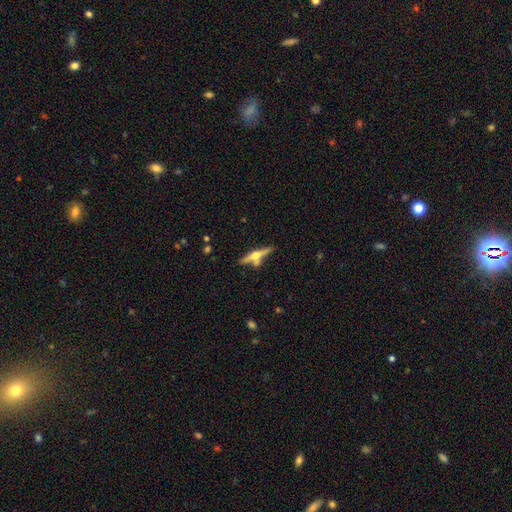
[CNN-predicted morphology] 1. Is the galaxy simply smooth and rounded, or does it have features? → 72% featured or disk, 21% smooth, 7% star or artifact.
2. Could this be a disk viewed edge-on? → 96% yes, 4% no.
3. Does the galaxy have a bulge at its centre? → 95% rounded, 3% boxy, 2% none.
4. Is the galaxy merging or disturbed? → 69% none, 15% merger, 12% minor disturbance, 4% major disturbance.